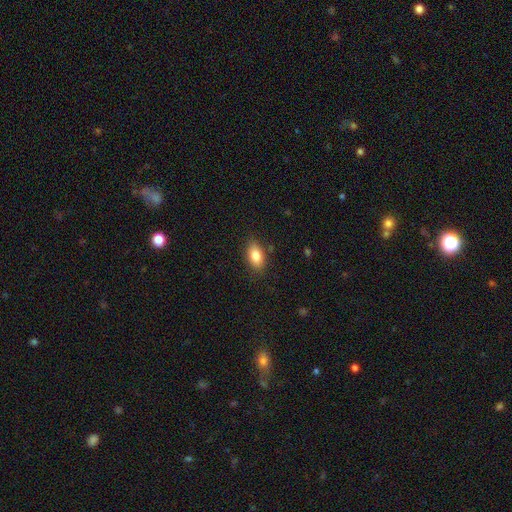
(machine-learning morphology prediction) The model was most divided on "merging": none: 84%, minor disturbance: 12%, major disturbance: 3%, merger: 1%. More confident: how rounded — in between (88%); smooth or featured — smooth (82%).